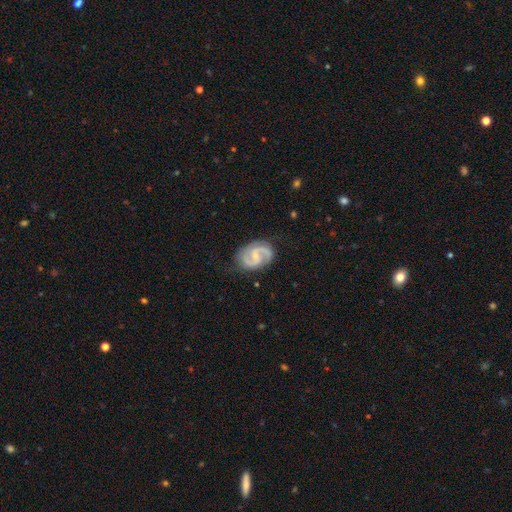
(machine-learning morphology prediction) This appears to be a featured or disk galaxy (91%) with a weak bar (48%), 2 (93%) medium (59%) spiral arms (98%) and a small central bulge (65%). Merging: none (79%).